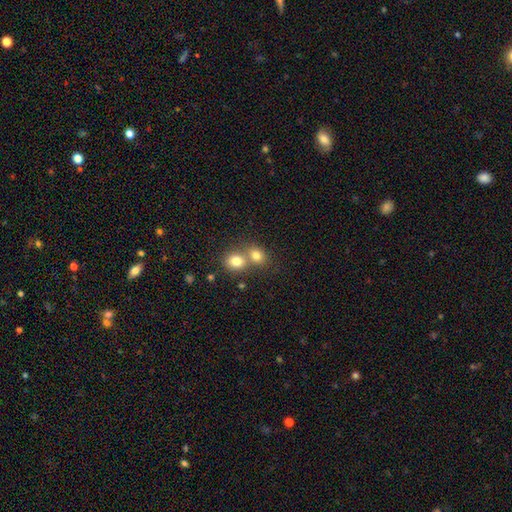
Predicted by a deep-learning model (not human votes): Smooth or featured: smooth — 76% (star or artifact — 13%)
How rounded: round — 73% (in between — 26%)
Merging: merger — 55% (none — 38%)